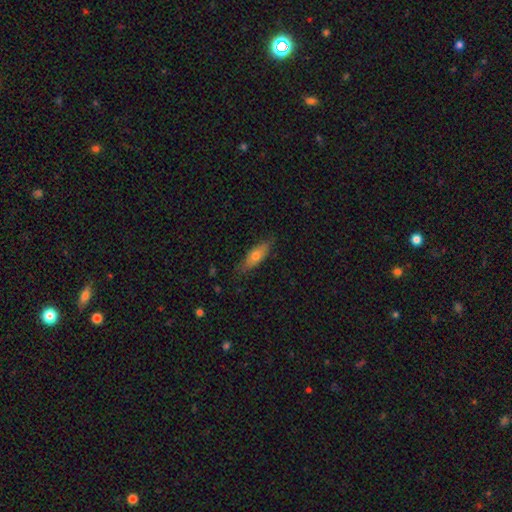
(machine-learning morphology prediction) The model was most divided on "how rounded": in between: 64%, cigar-shaped: 33%, round: 3%. More confident: merging — none (77%); smooth or featured — smooth (66%).